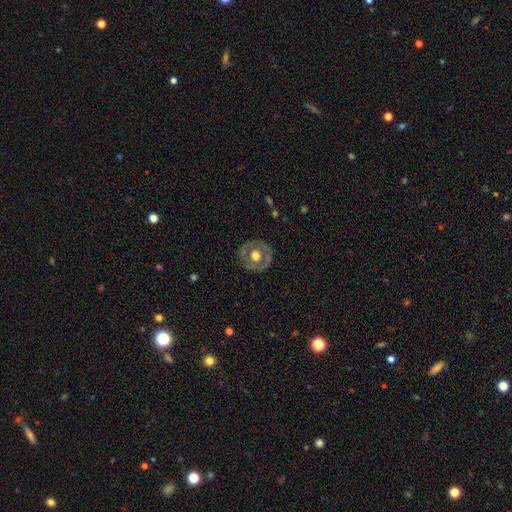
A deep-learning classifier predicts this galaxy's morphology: The model was most divided on "bulge size": moderate: 56%, large: 37%, small: 3%, dominant: 2%, none: 1%. More confident: edge-on disk — no (95%); bar — no (86%); spiral arms — no (84%); merging — none (82%); smooth or featured — featured or disk (57%).